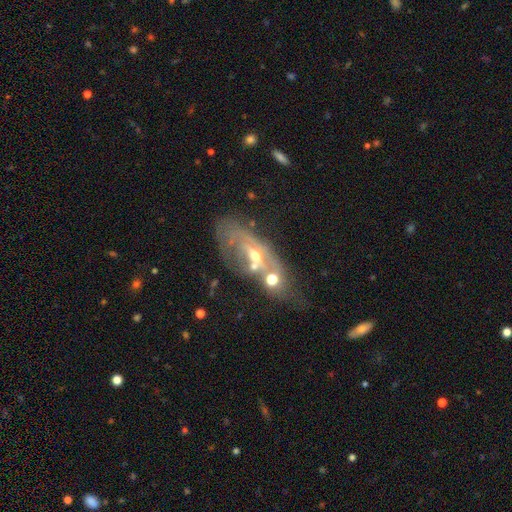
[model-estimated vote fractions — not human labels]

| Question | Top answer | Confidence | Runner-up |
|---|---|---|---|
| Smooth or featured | featured or disk | 64% | smooth (24%) |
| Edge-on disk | no | 84% | yes (16%) |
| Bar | no | 63% | weak (24%) |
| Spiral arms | no | 65% | yes (35%) |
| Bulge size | moderate | 56% | small (33%) |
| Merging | merger | 31% | none (30%) |